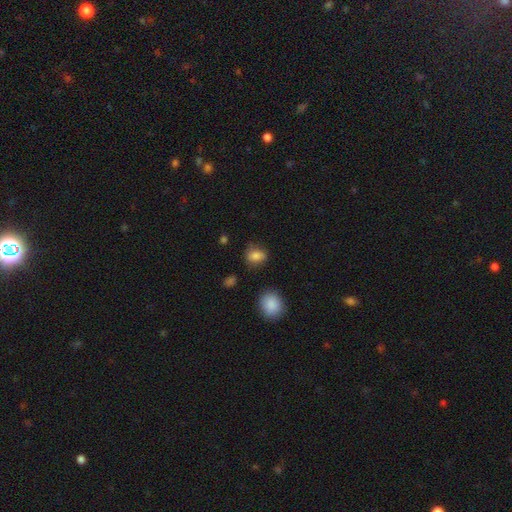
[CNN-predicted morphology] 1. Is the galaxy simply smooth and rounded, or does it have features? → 81% smooth, 10% star or artifact, 8% featured or disk.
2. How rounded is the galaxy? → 53% in between, 45% round, 1% cigar-shaped.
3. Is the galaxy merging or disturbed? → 67% none, 23% minor disturbance, 7% major disturbance, 3% merger.